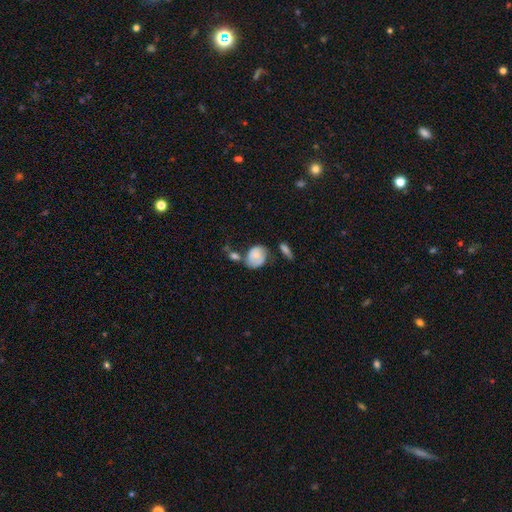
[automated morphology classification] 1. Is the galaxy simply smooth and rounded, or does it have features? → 69% smooth, 24% featured or disk, 8% star or artifact.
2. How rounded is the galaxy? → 55% in between, 43% round, 1% cigar-shaped.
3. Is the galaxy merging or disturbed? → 40% none, 26% minor disturbance, 23% merger, 12% major disturbance.